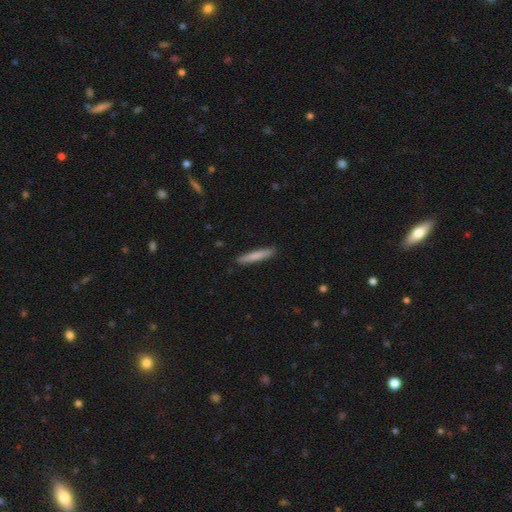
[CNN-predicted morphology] smooth-or-featured: smooth: 77% | featured or disk: 17% | star or artifact: 5%
  how-rounded: cigar-shaped: 94% | in between: 4% | round: 1%
  merging: none: 90% | minor disturbance: 7% | major disturbance: 1% | merger: 1%